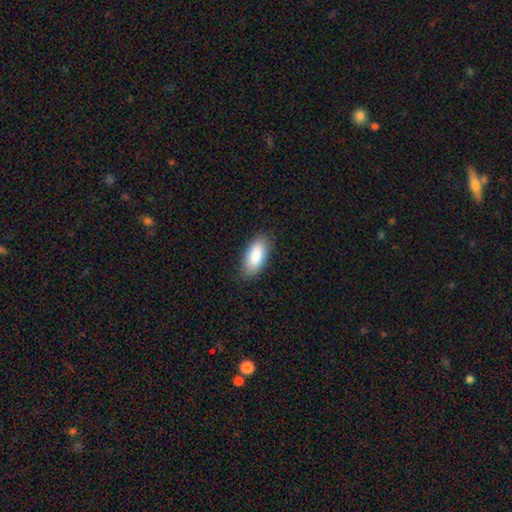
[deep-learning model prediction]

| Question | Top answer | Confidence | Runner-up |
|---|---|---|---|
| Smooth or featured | smooth | 87% | featured or disk (7%) |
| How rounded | in between | 89% | cigar-shaped (9%) |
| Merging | none | 85% | minor disturbance (11%) |